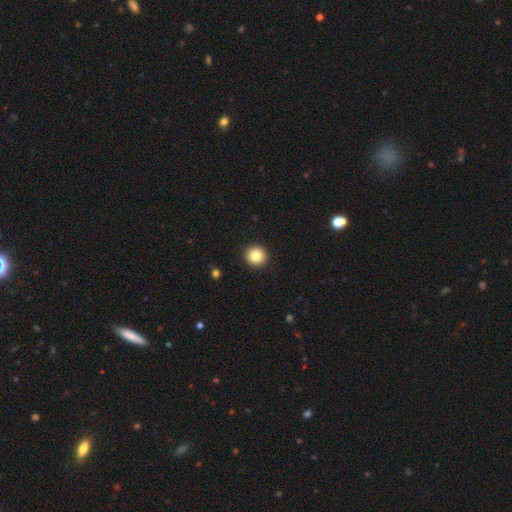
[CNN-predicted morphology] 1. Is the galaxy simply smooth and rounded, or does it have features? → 85% smooth, 10% star or artifact, 6% featured or disk.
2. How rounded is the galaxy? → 94% round, 5% in between, 1% cigar-shaped.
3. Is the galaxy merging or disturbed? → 93% none, 4% minor disturbance, 2% major disturbance, 1% merger.